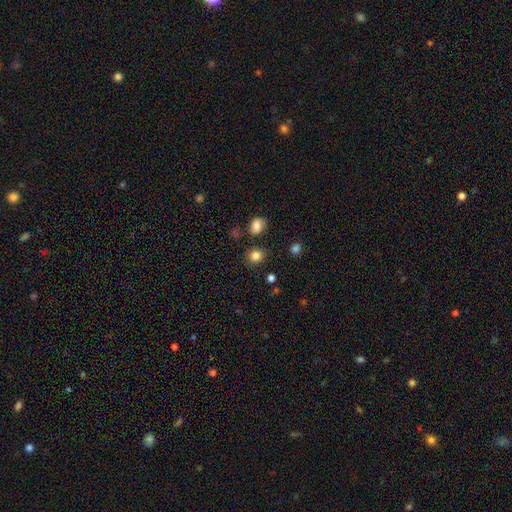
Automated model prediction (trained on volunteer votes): Q: Smooth or featured?
A: smooth (83%); runner-up: star or artifact (12%)
Q: How rounded?
A: round (78%); runner-up: in between (21%)
Q: Merging?
A: none (84%); runner-up: minor disturbance (9%)